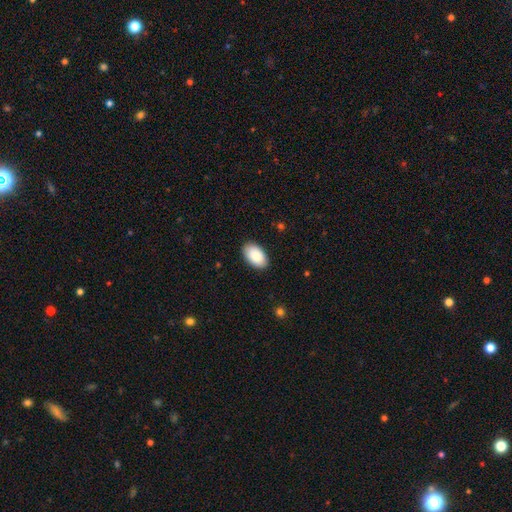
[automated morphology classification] This is clearly a smooth galaxy (91%). How rounded: clearly in between (95%). Merging: clearly none (88%).